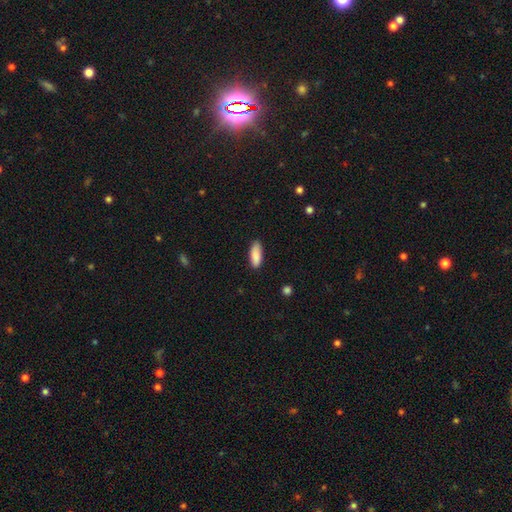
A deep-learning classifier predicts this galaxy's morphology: Smooth or featured: smooth — 89% (star or artifact — 6%)
How rounded: in between — 70% (cigar-shaped — 28%)
Merging: none — 83% (minor disturbance — 13%)